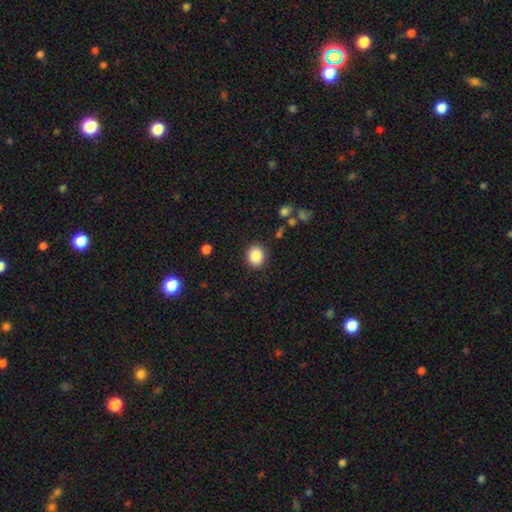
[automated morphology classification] smooth-or-featured: smooth: 88% | star or artifact: 9% | featured or disk: 4%
  how-rounded: round: 66% | in between: 33% | cigar-shaped: 1%
  merging: none: 88% | minor disturbance: 8% | major disturbance: 3% | merger: 1%